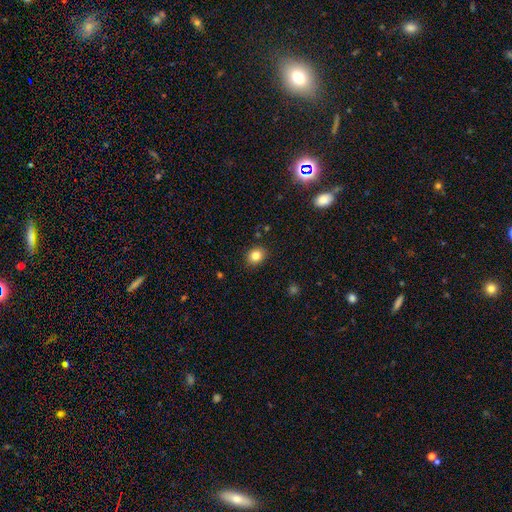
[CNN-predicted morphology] This appears to be a smooth galaxy with no disk features (83%) that is round (63%). Merging: none (88%).